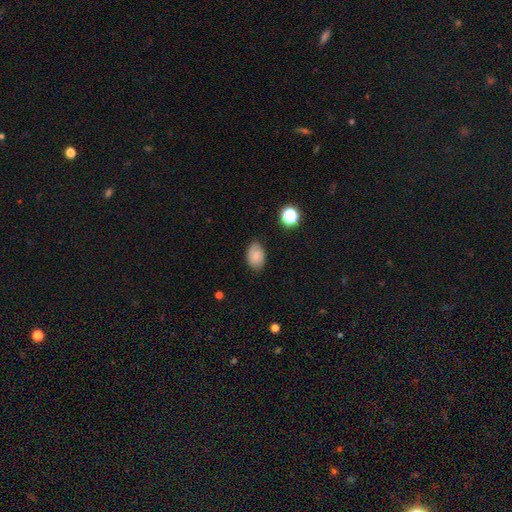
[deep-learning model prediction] smooth 75%, featured or disk 16%, star or artifact 9%. Down the decision tree: how rounded — in between (83%); merging — none (79%).